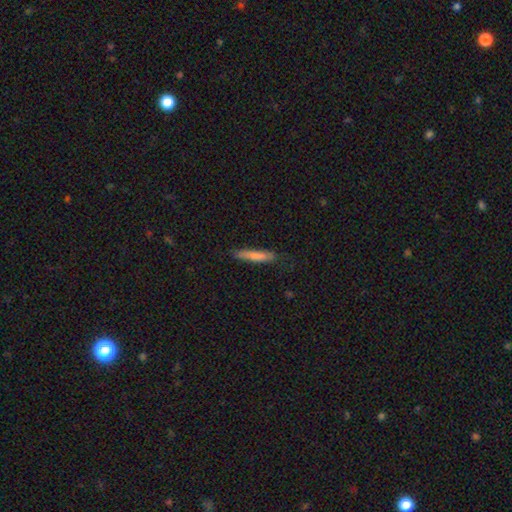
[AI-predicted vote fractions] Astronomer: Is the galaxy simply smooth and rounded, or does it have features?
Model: smooth — 77%.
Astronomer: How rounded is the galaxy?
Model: cigar-shaped — 89%.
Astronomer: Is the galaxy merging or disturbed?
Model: none — 77%.